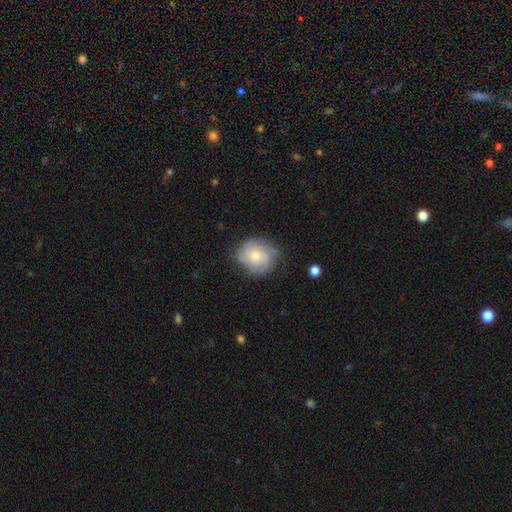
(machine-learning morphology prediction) smooth_or_featured: smooth (p=0.57) [alt: featured or disk p=0.36]
how_rounded: round (p=0.80) [alt: in between p=0.19]
merging: none (p=0.68) [alt: minor disturbance p=0.23]